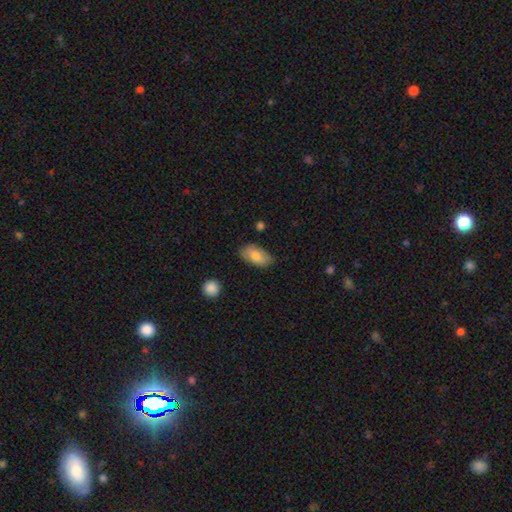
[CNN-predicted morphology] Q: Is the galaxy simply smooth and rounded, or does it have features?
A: smooth — 78%.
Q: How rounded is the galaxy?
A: in between — 94%.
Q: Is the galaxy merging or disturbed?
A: none — 76%.